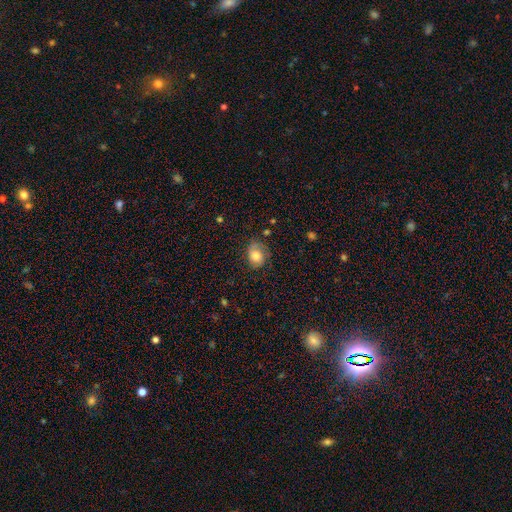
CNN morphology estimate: Smooth or featured: smooth — 63% (featured or disk — 28%)
How rounded: in between — 56% (round — 43%)
Merging: none — 55% (minor disturbance — 28%)